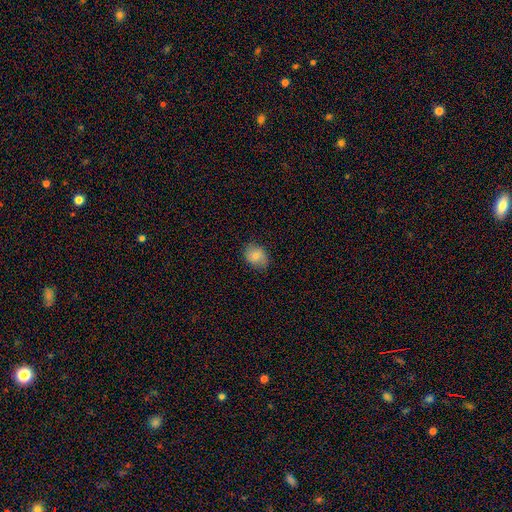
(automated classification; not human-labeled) Q: Smooth or featured?
A: smooth (82%); runner-up: featured or disk (9%)
Q: How rounded?
A: round (50%); runner-up: in between (49%)
Q: Merging?
A: none (79%); runner-up: minor disturbance (16%)